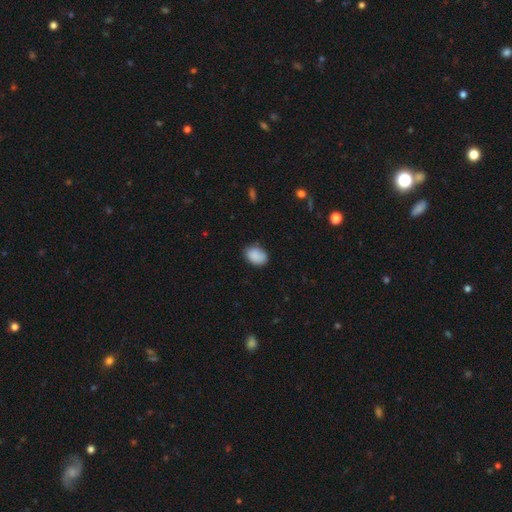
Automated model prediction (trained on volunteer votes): Morphology: type=smooth (88%); roundness=in between (79%); merging=none (77%).